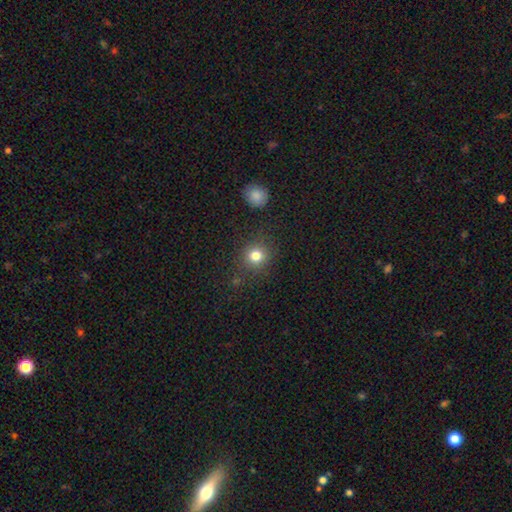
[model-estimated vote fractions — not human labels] Q: Smooth or featured?
A: smooth (80%); runner-up: star or artifact (14%)
Q: How rounded?
A: round (90%); runner-up: in between (9%)
Q: Merging?
A: none (84%); runner-up: minor disturbance (9%)